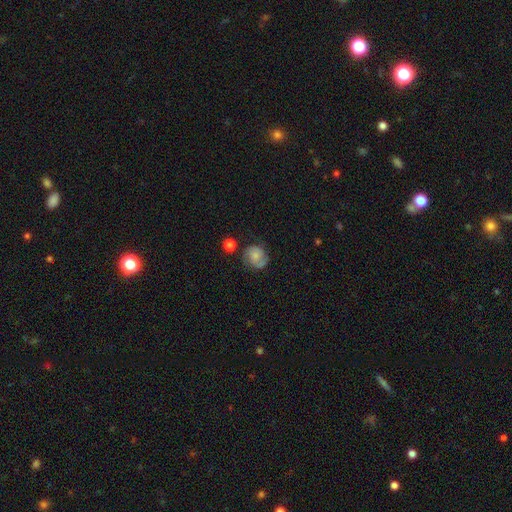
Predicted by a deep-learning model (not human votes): smooth_or_featured: featured or disk (p=0.55) [alt: smooth p=0.36]
disk_edge_on: no (p=0.98) [alt: yes p=0.02]
bar: no (p=0.74) [alt: weak p=0.22]
has_spiral_arms: yes (p=0.88) [alt: no p=0.12]
bulge_size: small (p=0.51) [alt: moderate p=0.29]
merging: none (p=0.63) [alt: minor disturbance p=0.23]